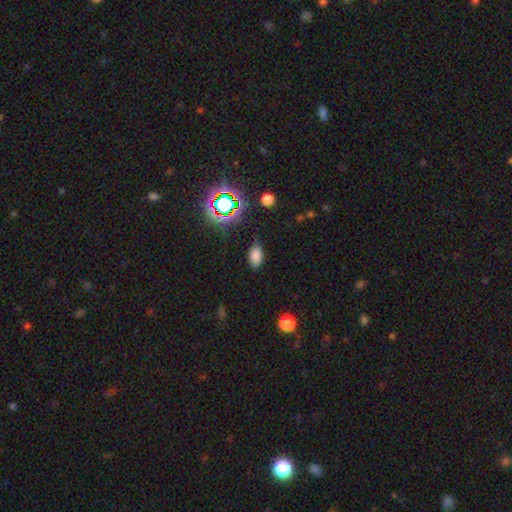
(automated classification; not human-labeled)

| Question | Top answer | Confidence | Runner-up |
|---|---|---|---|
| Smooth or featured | smooth | 74% | star or artifact (18%) |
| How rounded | in between | 91% | round (7%) |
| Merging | none | 79% | minor disturbance (15%) |